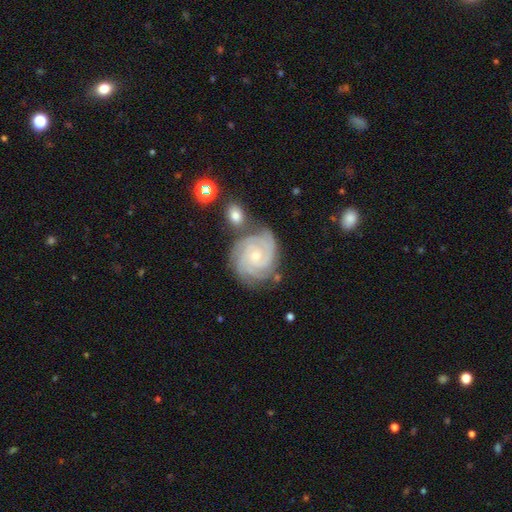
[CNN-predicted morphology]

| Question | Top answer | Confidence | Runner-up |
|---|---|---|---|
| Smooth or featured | featured or disk | 88% | smooth (6%) |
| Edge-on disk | no | 98% | yes (2%) |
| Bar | no | 73% | weak (22%) |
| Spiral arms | yes | 98% | no (2%) |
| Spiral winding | tight | 79% | medium (18%) |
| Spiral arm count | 4 | 34% | 3 (31%) |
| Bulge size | small | 68% | moderate (28%) |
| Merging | none | 70% | minor disturbance (16%) |